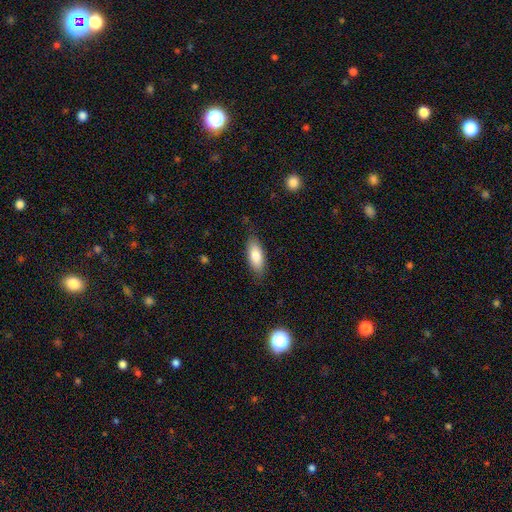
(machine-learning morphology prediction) Smooth or featured?
  - smooth: 83% *
  - featured or disk: 11%
  - star or artifact: 6%
How rounded?
  - in between: 77% *
  - cigar-shaped: 21%
  - round: 2%
Merging?
  - none: 83% *
  - minor disturbance: 13%
  - major disturbance: 3%
  - merger: 1%